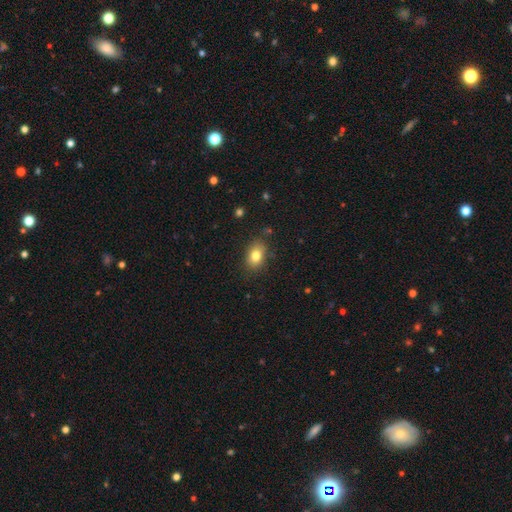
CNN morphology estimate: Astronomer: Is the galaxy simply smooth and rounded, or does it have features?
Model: smooth — 81%.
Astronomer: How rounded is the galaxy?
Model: in between — 77%.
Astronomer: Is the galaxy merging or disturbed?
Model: none — 81%.